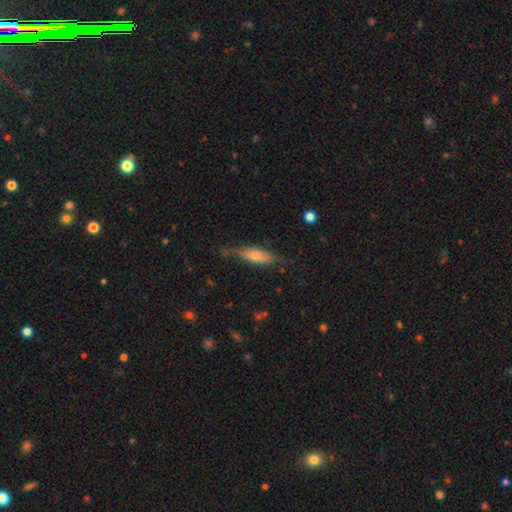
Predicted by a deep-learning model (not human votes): The model was most divided on "how rounded": cigar-shaped: 51%, in between: 46%, round: 3%. More confident: merging — none (64%); smooth or featured — smooth (55%).